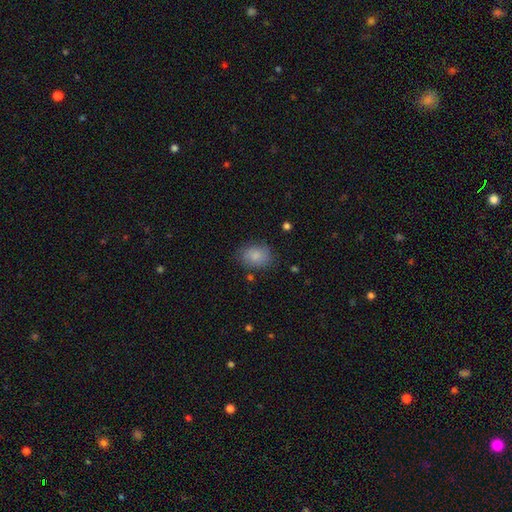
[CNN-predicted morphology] type=smooth (82%); roundness=in between (67%); merging=none (76%).